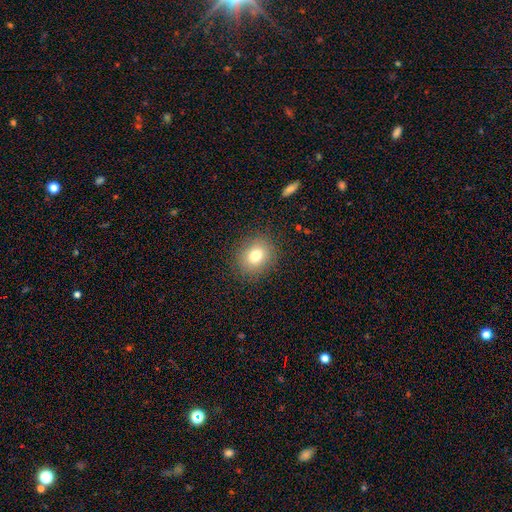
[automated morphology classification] type=smooth (77%); roundness=round (66%); merging=none (88%).